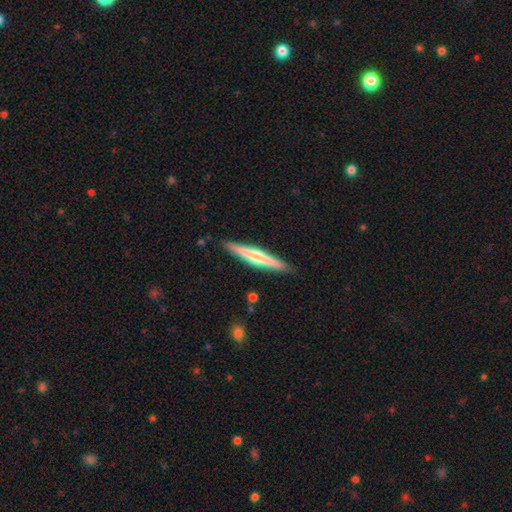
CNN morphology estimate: featured or disk 59%, smooth 36%, star or artifact 5%. Down the decision tree: edge-on disk — yes (97%); edge-on bulge — rounded (70%); merging — none (90%).